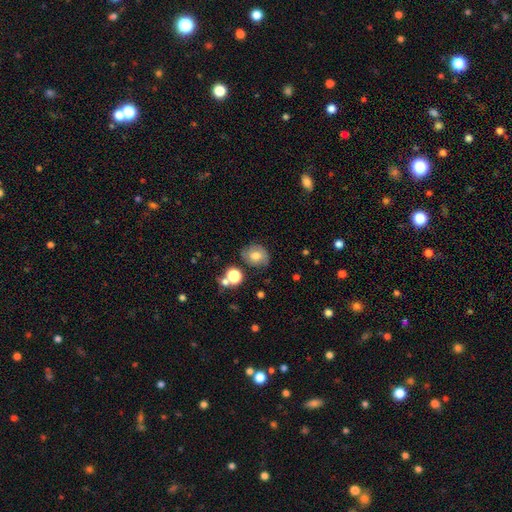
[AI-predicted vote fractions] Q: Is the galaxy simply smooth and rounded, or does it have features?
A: smooth — 66%.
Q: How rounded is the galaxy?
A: round — 64%.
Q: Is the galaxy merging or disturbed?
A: none — 72%.